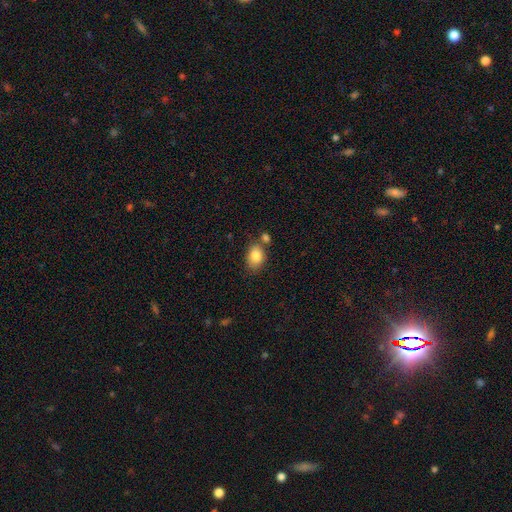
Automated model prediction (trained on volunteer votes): Smooth or featured: smooth — 84% (star or artifact — 8%)
How rounded: in between — 78% (round — 21%)
Merging: none — 63% (merger — 17%)